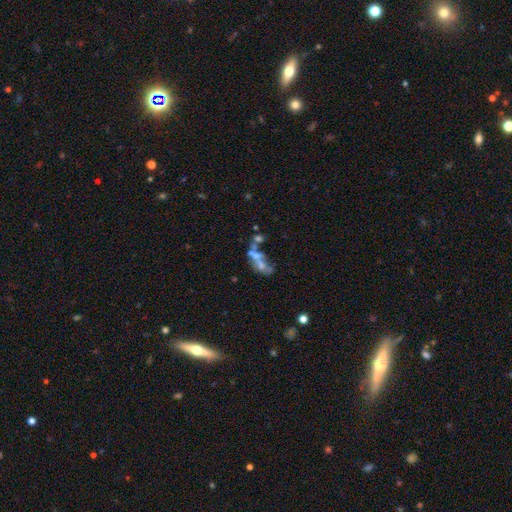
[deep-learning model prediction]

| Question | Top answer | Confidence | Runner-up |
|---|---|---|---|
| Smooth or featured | featured or disk | 53% | smooth (31%) |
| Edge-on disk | no | 94% | yes (6%) |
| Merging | merger | 45% | none (22%) |